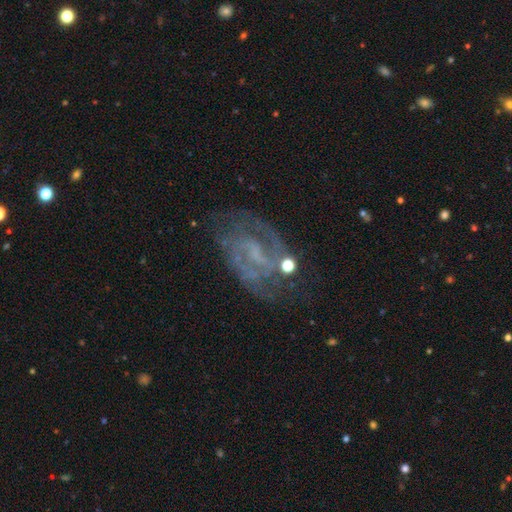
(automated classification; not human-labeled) This is clearly a featured or disk galaxy (81%). It is clearly not viewed edge-on (97%). Bar: possibly weak (48%). Spiral arm pattern: clearly yes (89%). Spiral arm count: likely 2 (70%). Spiral winding: possibly medium (49%). Central bulge: possibly none (50%). Merging: likely none (61%).